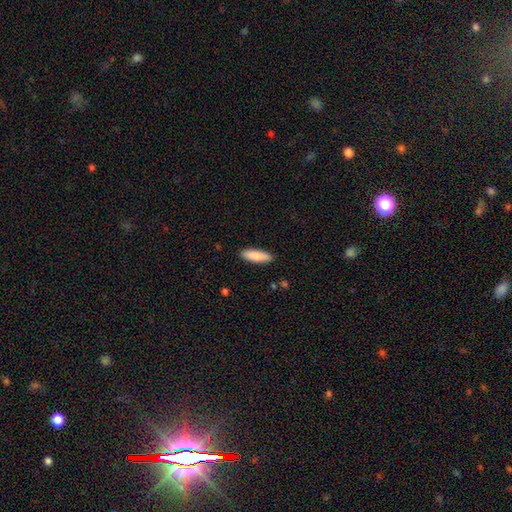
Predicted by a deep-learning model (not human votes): Smooth or featured?
  - smooth: 86% *
  - featured or disk: 8%
  - star or artifact: 6%
How rounded?
  - in between: 52% *
  - cigar-shaped: 46%
  - round: 2%
Merging?
  - none: 89% *
  - minor disturbance: 8%
  - major disturbance: 2%
  - merger: 1%